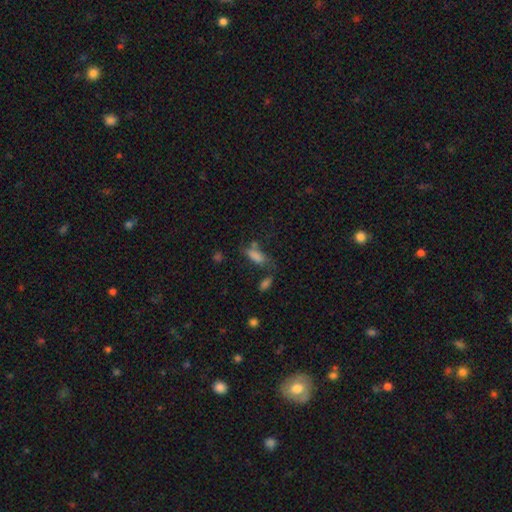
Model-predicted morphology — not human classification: Smooth or featured: smooth — 68% (star or artifact — 17%)
How rounded: in between — 71% (cigar-shaped — 25%)
Merging: none — 44% (minor disturbance — 21%)